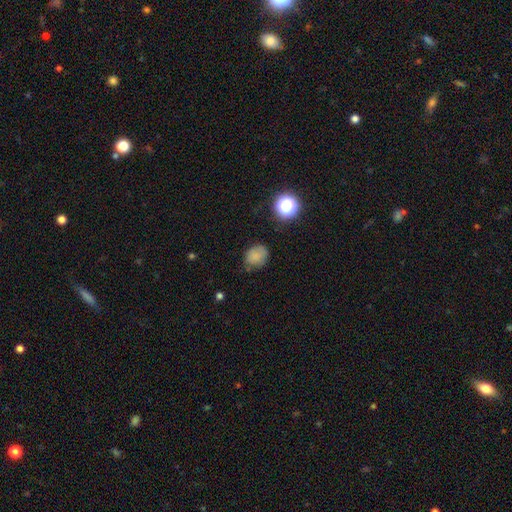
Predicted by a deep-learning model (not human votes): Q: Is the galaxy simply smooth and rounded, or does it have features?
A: smooth — 79%.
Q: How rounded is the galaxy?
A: round — 57%.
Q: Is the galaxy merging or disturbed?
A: none — 67%.